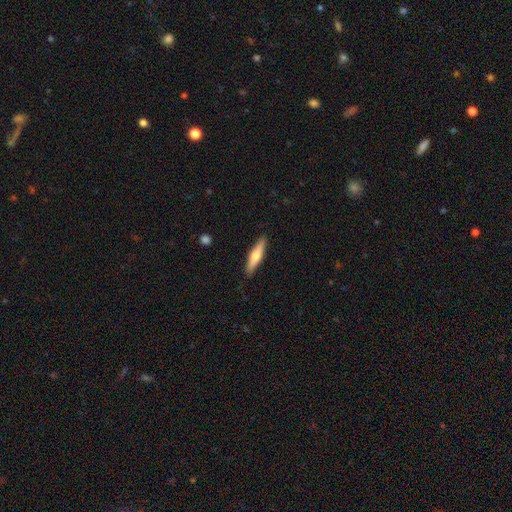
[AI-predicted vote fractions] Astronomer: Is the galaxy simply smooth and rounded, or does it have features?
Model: smooth — 56% (runner-up: featured or disk, 39%).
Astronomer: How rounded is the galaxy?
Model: cigar-shaped — 80%.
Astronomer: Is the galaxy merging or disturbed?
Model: none — 89%.